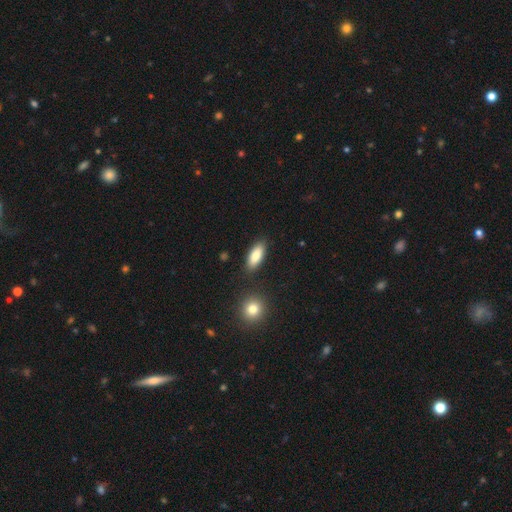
Smooth or featured? smooth (88%)
How rounded? in between (86%)
Merging? none (100%)